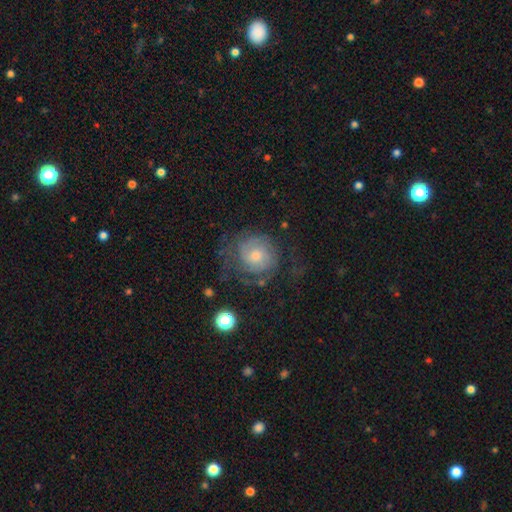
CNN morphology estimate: type=featured or disk (67%); edge-on=no (97%); bar=no (73%); spiral arms=yes (85%); winding=tight (57%); arm count=2 (44%); bulge=moderate (48%); merging=none (59%).